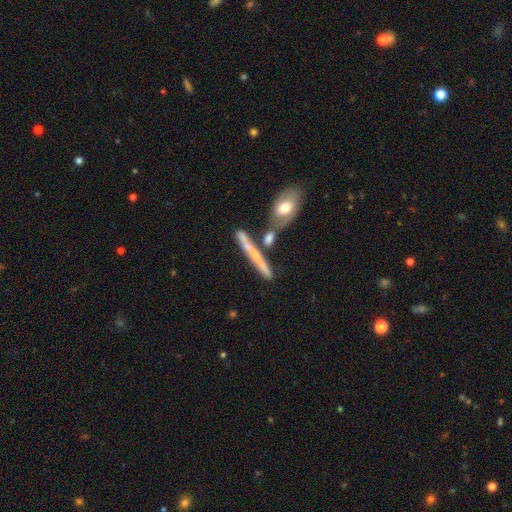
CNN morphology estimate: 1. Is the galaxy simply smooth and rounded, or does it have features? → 54% featured or disk, 37% smooth, 9% star or artifact.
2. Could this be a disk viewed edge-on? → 86% yes, 14% no.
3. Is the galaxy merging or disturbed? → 60% none, 20% merger, 14% minor disturbance, 6% major disturbance.